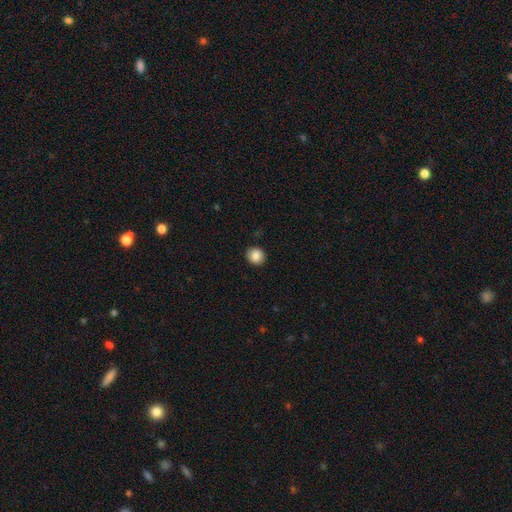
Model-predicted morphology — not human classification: type=smooth (87%); roundness=round (87%); merging=none (91%).